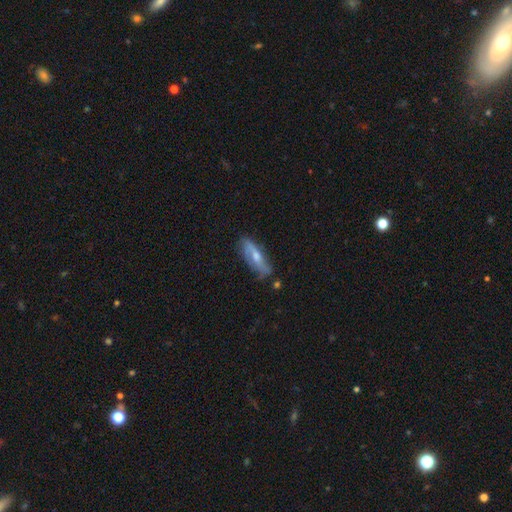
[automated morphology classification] Smooth or featured? featured or disk (59%)
Edge-on disk? no (61%)
Merging? none (75%)